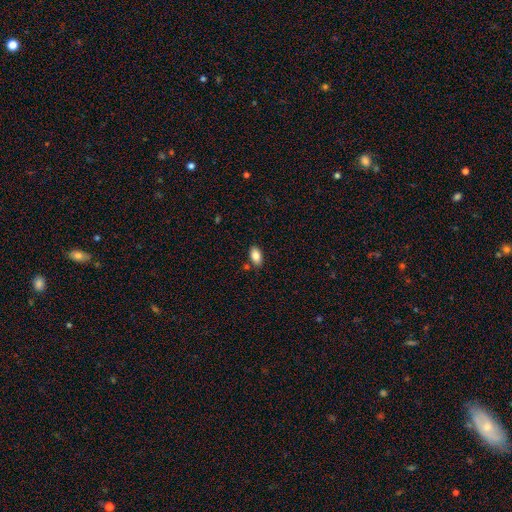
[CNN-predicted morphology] Overall: smooth (85%). How rounded: in between (92%). Merging: none (81%).